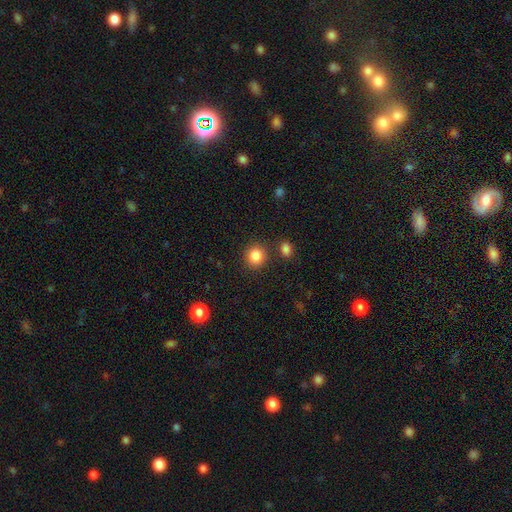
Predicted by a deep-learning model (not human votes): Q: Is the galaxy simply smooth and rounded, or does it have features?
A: smooth — 86%.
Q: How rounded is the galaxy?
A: round — 88%.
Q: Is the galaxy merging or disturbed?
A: none — 85%.